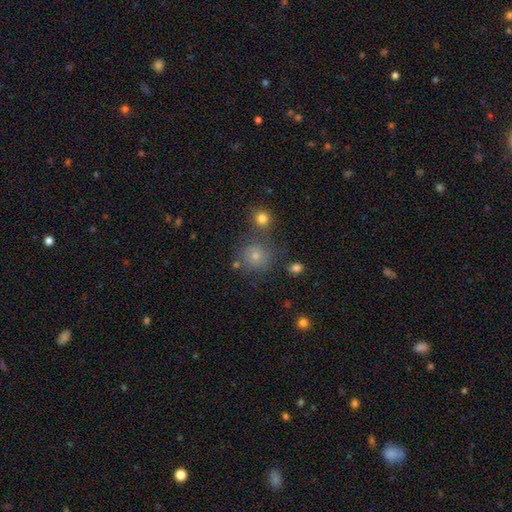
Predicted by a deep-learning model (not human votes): Morphology: type=smooth (72%); roundness=round (89%); merging=none (68%).